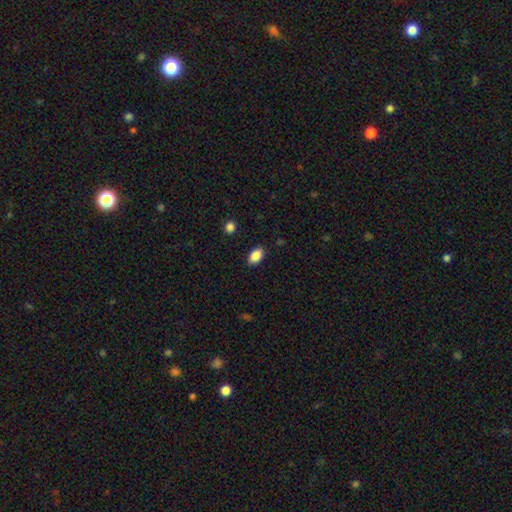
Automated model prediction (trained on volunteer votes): Morphology: type=smooth (88%); roundness=in between (92%); merging=none (88%).